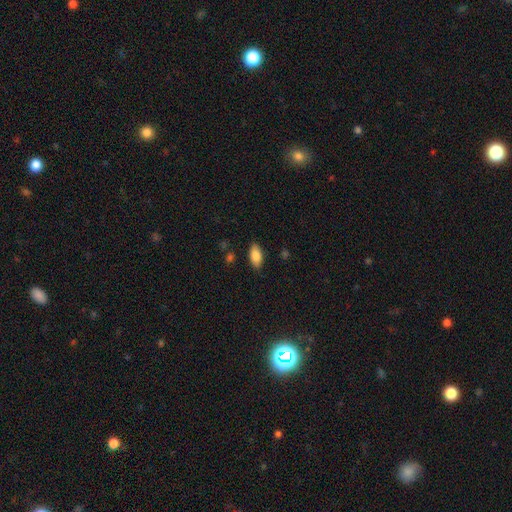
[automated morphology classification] Overall: smooth (85%). How rounded: in between (89%). Merging: none (85%).